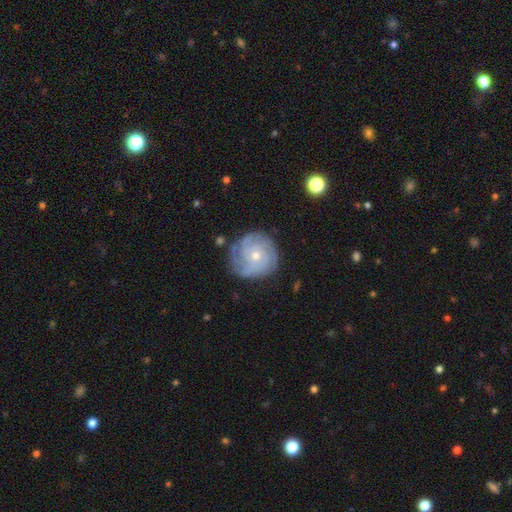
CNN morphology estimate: A featured or disk galaxy (80%) with no bar (81%), tight (75%) spiral arms (94%) and a small central bulge (66%). Merging: none (76%).